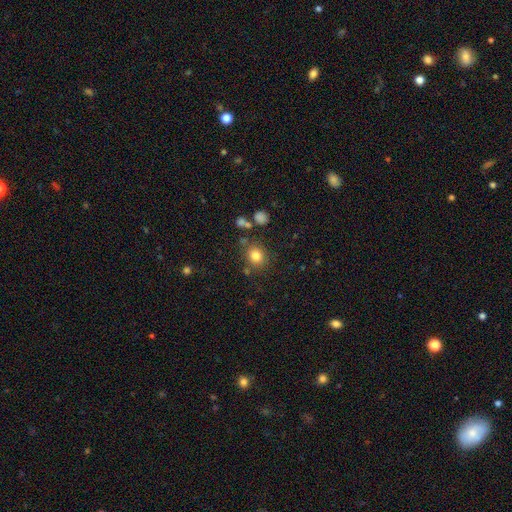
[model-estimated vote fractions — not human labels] The model was most divided on "how rounded": round: 73%, in between: 26%, cigar-shaped: 1%. More confident: smooth or featured — smooth (81%); merging — none (78%).